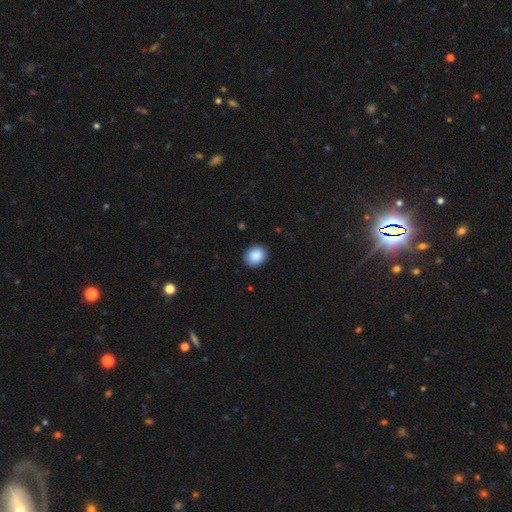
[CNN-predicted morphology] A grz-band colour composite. It shows a smooth galaxy with no disk features (89%) that is round (62%). Merging: none (88%).